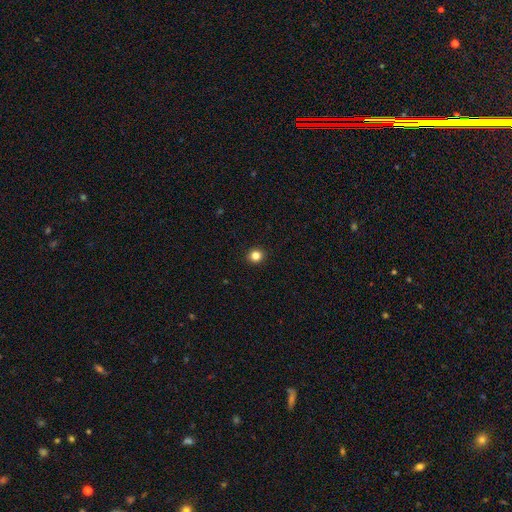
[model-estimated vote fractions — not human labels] smooth 84%, star or artifact 12%, featured or disk 4%. Down the decision tree: how rounded — round (89%); merging — none (93%).